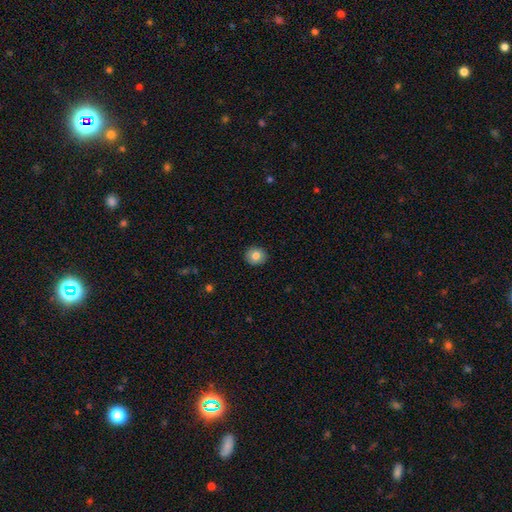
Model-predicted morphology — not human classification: type=smooth (82%); roundness=round (86%); merging=none (91%).